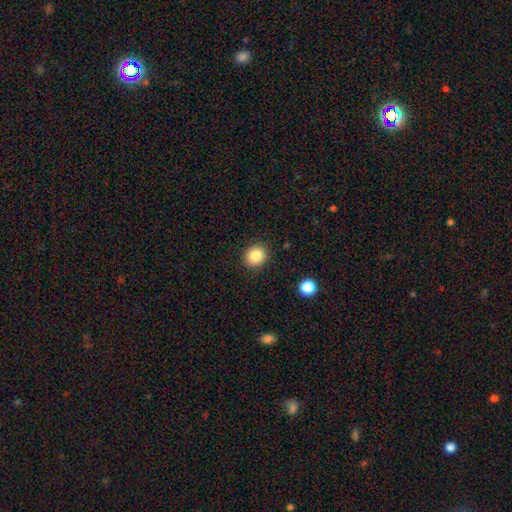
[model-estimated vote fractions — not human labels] Q: Smooth or featured?
A: smooth (84%); runner-up: star or artifact (10%)
Q: How rounded?
A: round (81%); runner-up: in between (18%)
Q: Merging?
A: none (90%); runner-up: minor disturbance (6%)